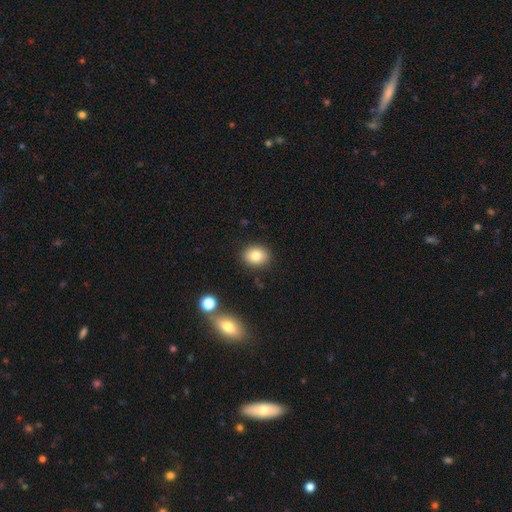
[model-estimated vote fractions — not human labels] Q: Smooth or featured?
A: smooth (82%); runner-up: star or artifact (10%)
Q: How rounded?
A: in between (54%); runner-up: round (45%)
Q: Merging?
A: none (88%); runner-up: minor disturbance (8%)